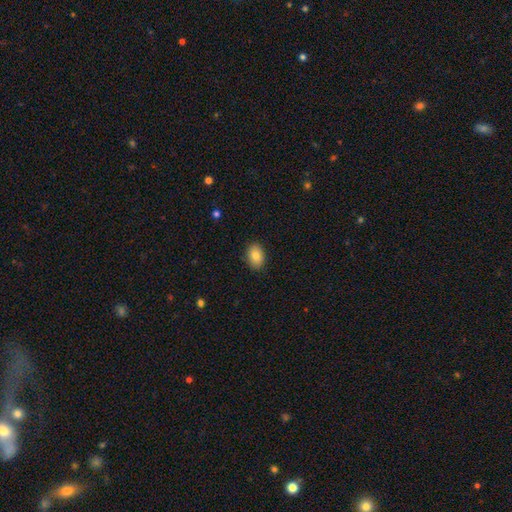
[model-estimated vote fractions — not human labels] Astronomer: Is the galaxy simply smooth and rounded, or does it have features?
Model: smooth — 85%.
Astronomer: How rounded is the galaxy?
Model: in between — 81%.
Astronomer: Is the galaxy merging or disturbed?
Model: none — 88%.